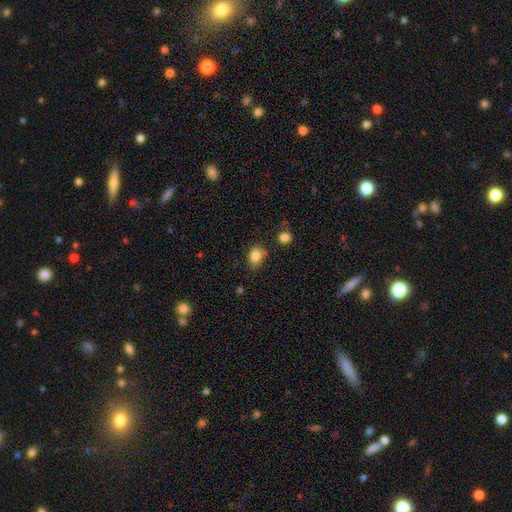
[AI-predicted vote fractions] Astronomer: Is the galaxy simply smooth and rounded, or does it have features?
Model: smooth — 84%.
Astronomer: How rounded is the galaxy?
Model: in between — 64%.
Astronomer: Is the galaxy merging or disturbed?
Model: none — 73%.